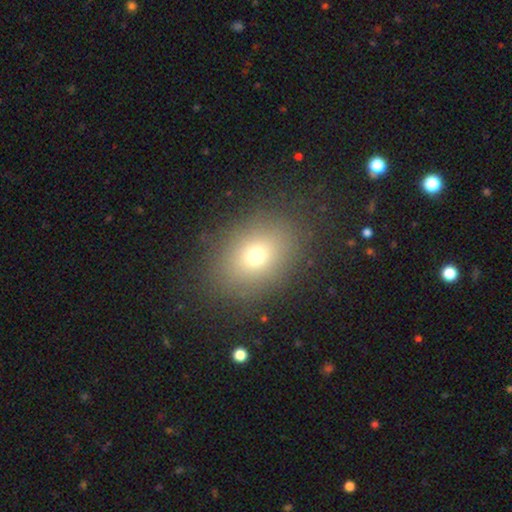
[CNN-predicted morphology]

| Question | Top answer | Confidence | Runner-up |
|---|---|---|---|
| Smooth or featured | smooth | 71% | star or artifact (16%) |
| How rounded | in between | 64% | round (35%) |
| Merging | none | 85% | minor disturbance (9%) |